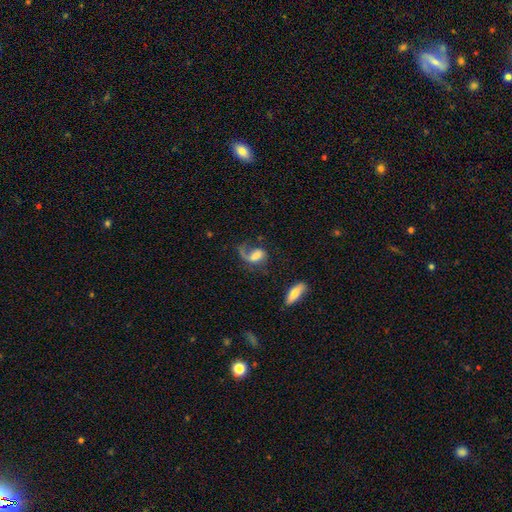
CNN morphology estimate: Smooth or featured?
  - featured or disk: 55% *
  - smooth: 36%
  - star or artifact: 9%
Edge-on disk?
  - no: 95% *
  - yes: 5%
Bar?
  - no: 50% *
  - weak: 35%
  - strong: 14%
Spiral arms?
  - yes: 83% *
  - no: 17%
Bulge size?
  - moderate: 26% * (tied)
  - none: 26% * (tied)
  - large: 22%
  - small: 20%
  - dominant: 6%
Merging?
  - major disturbance: 44% *
  - none: 33%
  - minor disturbance: 16%
  - merger: 7%